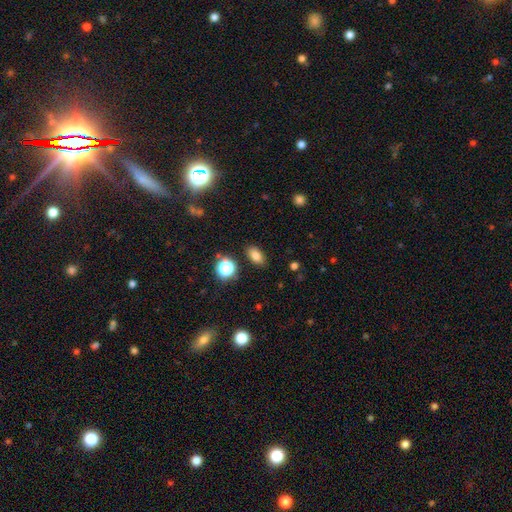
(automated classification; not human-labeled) smooth-or-featured: smooth: 79% | star or artifact: 14% | featured or disk: 7%
  how-rounded: in between: 86% | round: 12% | cigar-shaped: 3%
  merging: none: 86% | minor disturbance: 9% | major disturbance: 3% | merger: 2%